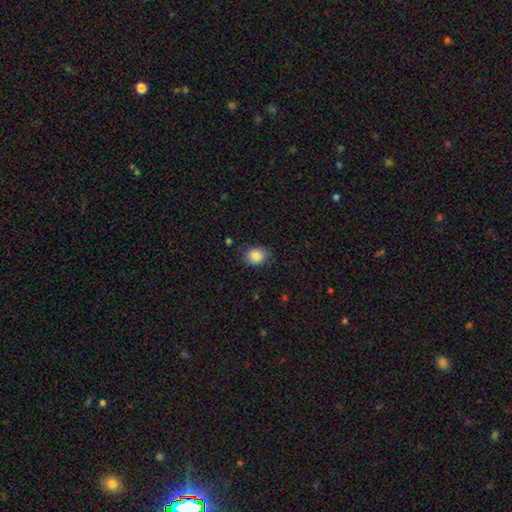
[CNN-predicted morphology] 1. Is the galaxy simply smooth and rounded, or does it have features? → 86% smooth, 9% star or artifact, 5% featured or disk.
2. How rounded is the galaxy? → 57% round, 42% in between, 1% cigar-shaped.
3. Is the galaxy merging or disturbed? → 78% none, 17% minor disturbance, 4% major disturbance, 1% merger.